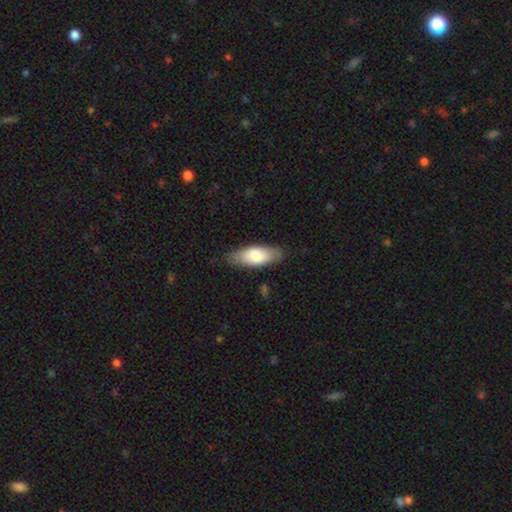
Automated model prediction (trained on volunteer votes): Smooth or featured? Predicted: smooth (p=0.80). How rounded? Predicted: in between (p=0.79). Merging? Predicted: none (p=0.79).